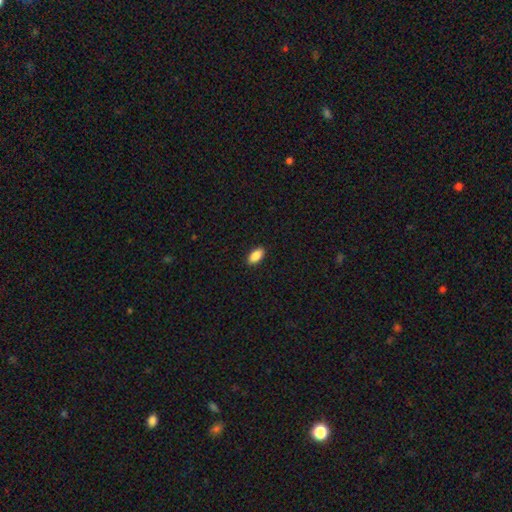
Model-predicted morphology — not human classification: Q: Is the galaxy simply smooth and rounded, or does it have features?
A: smooth — 89%.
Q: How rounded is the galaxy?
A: in between — 93%.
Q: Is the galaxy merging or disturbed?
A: none — 90%.